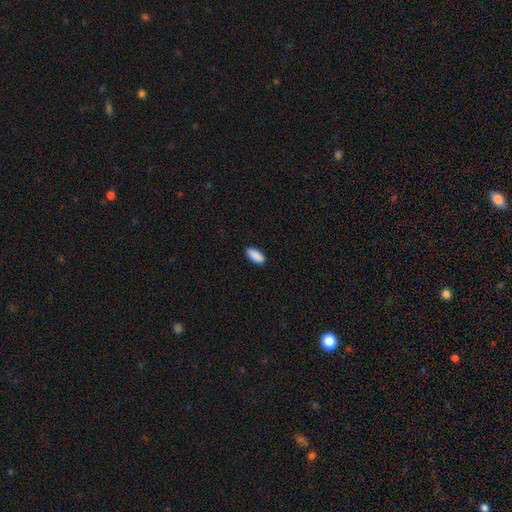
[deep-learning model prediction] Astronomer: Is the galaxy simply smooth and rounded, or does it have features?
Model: smooth — 91%.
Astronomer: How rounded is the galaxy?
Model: in between — 87%.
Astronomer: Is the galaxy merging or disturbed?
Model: none — 89%.